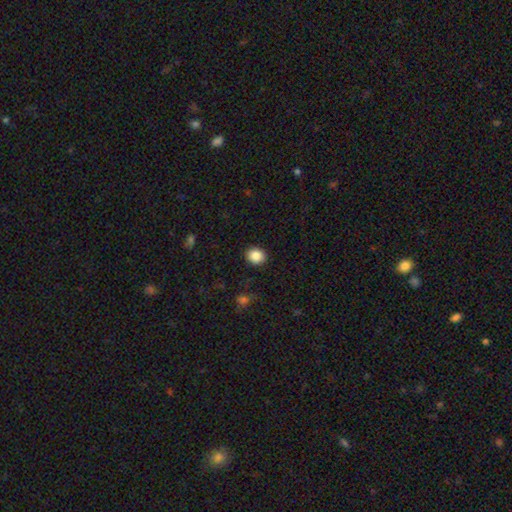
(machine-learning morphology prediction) Q: Smooth or featured?
A: smooth (86%); runner-up: star or artifact (9%)
Q: How rounded?
A: round (72%); runner-up: in between (27%)
Q: Merging?
A: none (91%); runner-up: minor disturbance (6%)